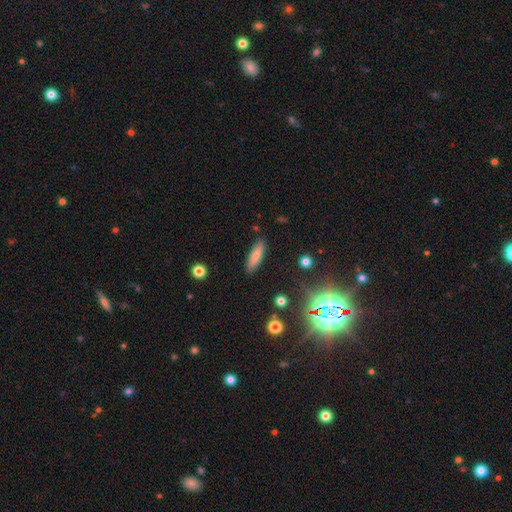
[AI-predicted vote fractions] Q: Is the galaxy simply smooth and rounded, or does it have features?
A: smooth — 76%.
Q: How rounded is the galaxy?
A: cigar-shaped — 59%.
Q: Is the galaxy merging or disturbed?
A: none — 88%.